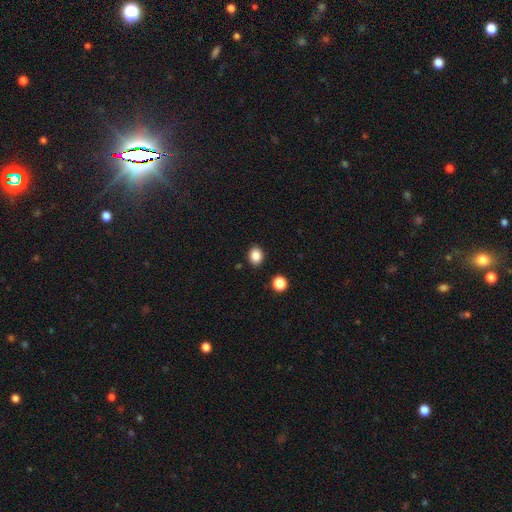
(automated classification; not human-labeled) Smooth or featured? smooth (86%)
How rounded? round (56%)
Merging? none (88%)